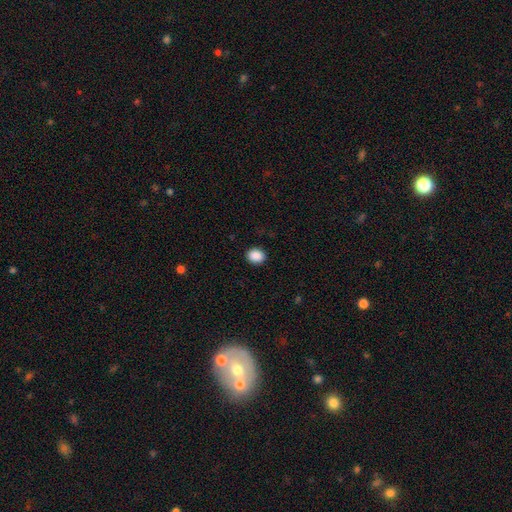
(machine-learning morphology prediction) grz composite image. It shows a smooth galaxy with no disk features (89%) that is round (56%). Merging: none (90%).